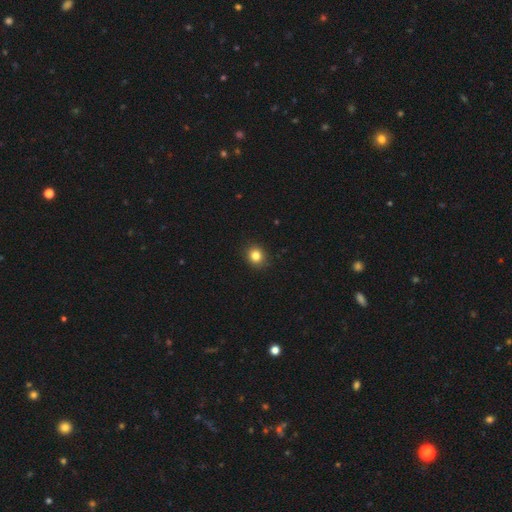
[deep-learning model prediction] smooth 83%, star or artifact 12%, featured or disk 5%. Down the decision tree: how rounded — round (76%); merging — none (90%).